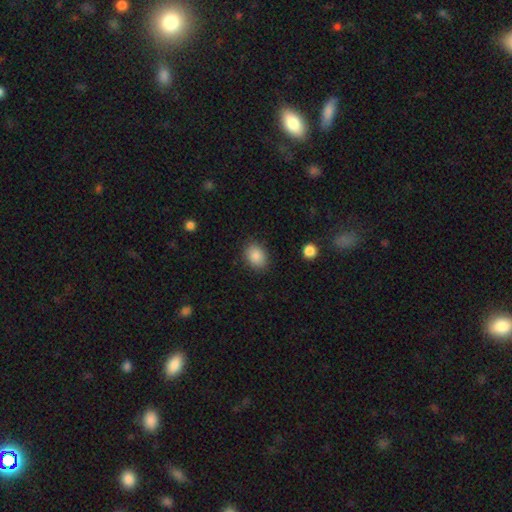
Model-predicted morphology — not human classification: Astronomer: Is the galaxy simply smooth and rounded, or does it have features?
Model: smooth — 87%.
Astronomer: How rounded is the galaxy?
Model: in between — 68%.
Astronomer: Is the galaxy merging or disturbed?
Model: none — 86%.